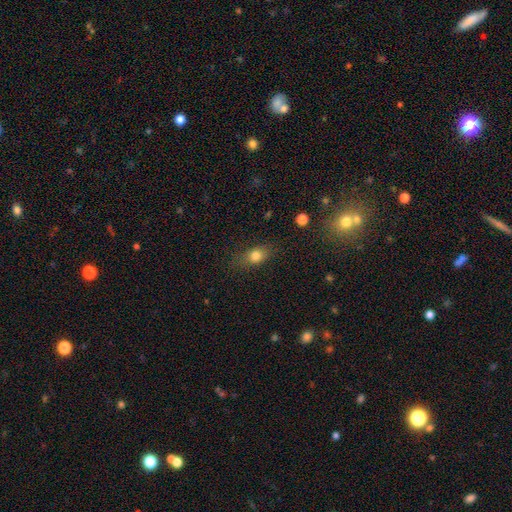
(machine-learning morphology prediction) Q: Smooth or featured?
A: smooth (78%); runner-up: featured or disk (12%)
Q: How rounded?
A: in between (67%); runner-up: round (25%)
Q: Merging?
A: none (76%); runner-up: minor disturbance (17%)